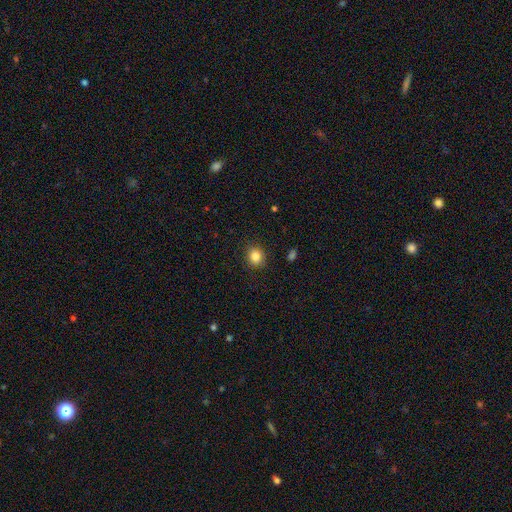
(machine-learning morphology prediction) smooth_or_featured: smooth (p=0.83) [alt: star or artifact p=0.11]
how_rounded: round (p=0.77) [alt: in between p=0.22]
merging: none (p=0.88) [alt: minor disturbance p=0.09]